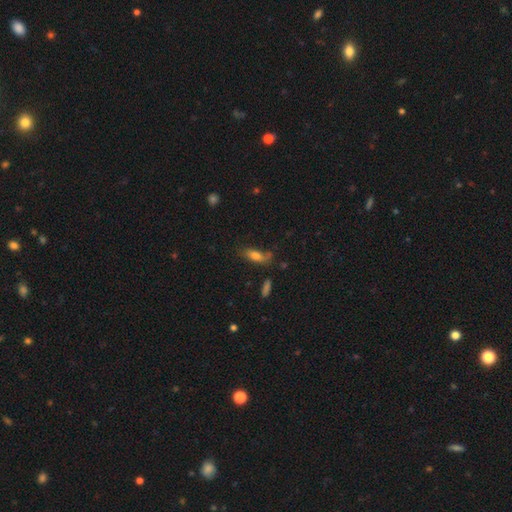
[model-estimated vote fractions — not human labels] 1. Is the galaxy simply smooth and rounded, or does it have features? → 75% smooth, 16% featured or disk, 9% star or artifact.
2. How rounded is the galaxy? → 69% in between, 28% cigar-shaped, 3% round.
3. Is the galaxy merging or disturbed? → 60% none, 25% minor disturbance, 9% major disturbance, 6% merger.